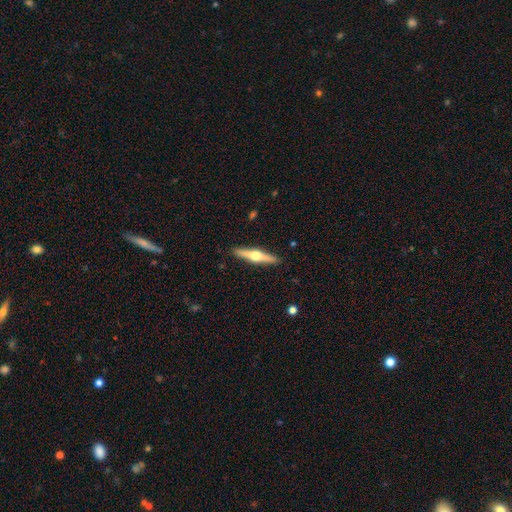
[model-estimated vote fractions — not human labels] The model was most divided on "smooth or featured": featured or disk: 71%, smooth: 24%, star or artifact: 5%. More confident: edge-on disk — yes (97%); edge-on bulge — rounded (96%); merging — none (91%).